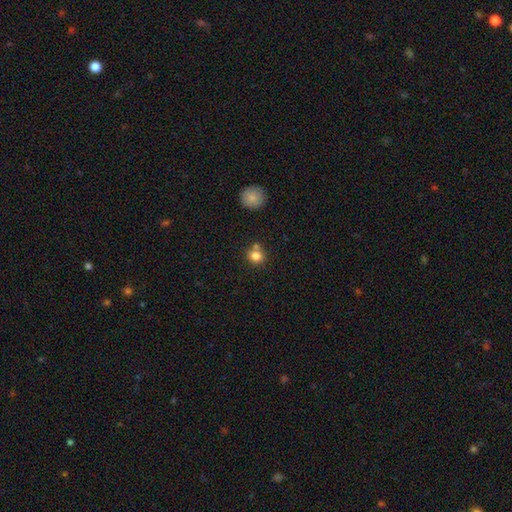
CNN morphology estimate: This is clearly a smooth galaxy (82%). How rounded: clearly round (80%). Merging: likely none (65%).